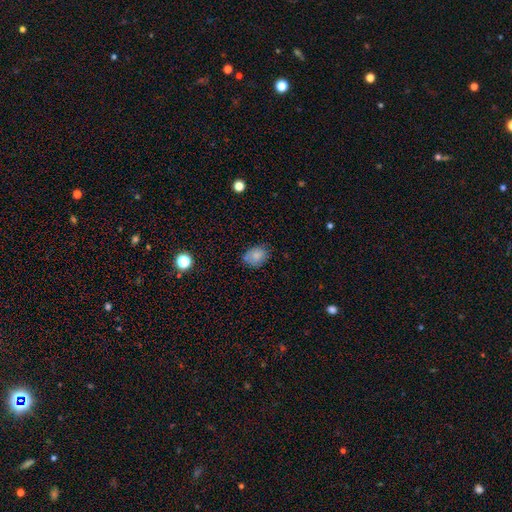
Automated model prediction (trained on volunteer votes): This is likely a smooth galaxy (80%). How rounded: likely in between (64%). Merging: likely none (68%).